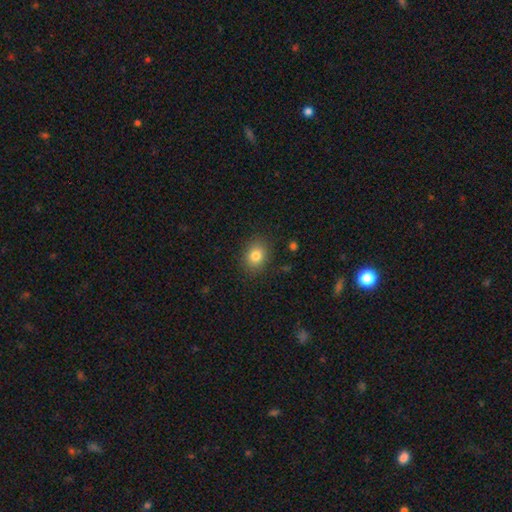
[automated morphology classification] smooth 82%, star or artifact 11%, featured or disk 7%. Down the decision tree: how rounded — round (56%); merging — none (87%).